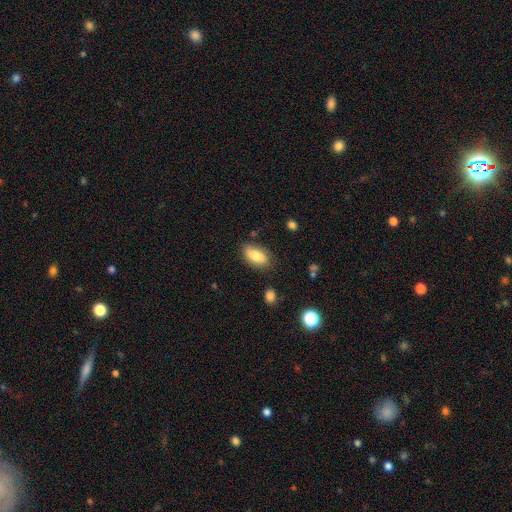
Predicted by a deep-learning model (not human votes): A smooth galaxy with no disk features (81%) that is in between round and cigar-shaped (91%). Merging: none (78%).